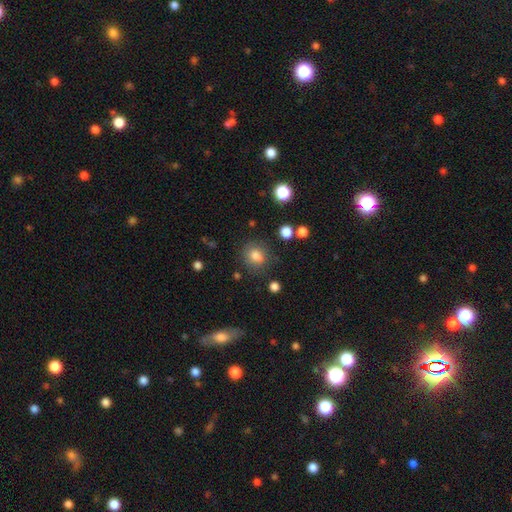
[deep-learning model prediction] Q: Smooth or featured?
A: smooth (81%); runner-up: star or artifact (12%)
Q: How rounded?
A: round (68%); runner-up: in between (31%)
Q: Merging?
A: none (76%); runner-up: minor disturbance (15%)